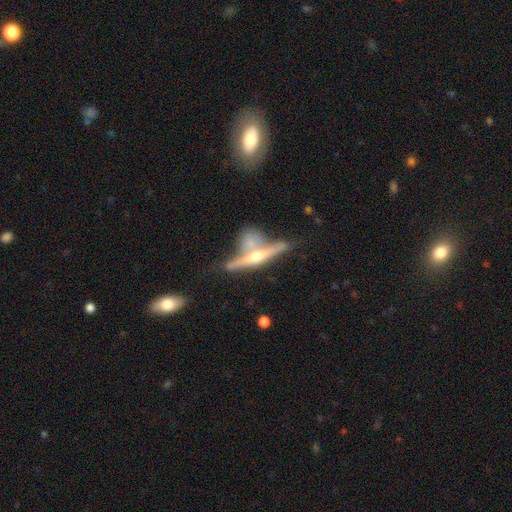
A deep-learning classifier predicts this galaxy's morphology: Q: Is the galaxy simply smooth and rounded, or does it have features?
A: featured or disk — 71%.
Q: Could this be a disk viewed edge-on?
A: yes — 94%.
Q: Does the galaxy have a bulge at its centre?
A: rounded — 90%.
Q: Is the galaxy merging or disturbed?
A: none — 53%.